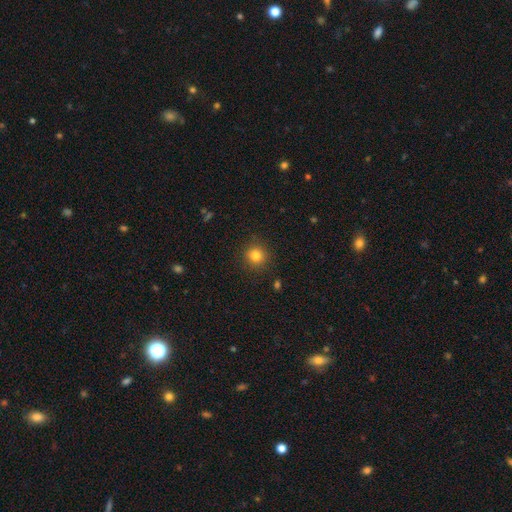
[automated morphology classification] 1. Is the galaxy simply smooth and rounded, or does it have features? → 81% smooth, 12% star or artifact, 6% featured or disk.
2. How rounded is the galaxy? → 92% round, 7% in between, 1% cigar-shaped.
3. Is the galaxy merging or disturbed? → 89% none, 7% minor disturbance, 2% major disturbance, 1% merger.